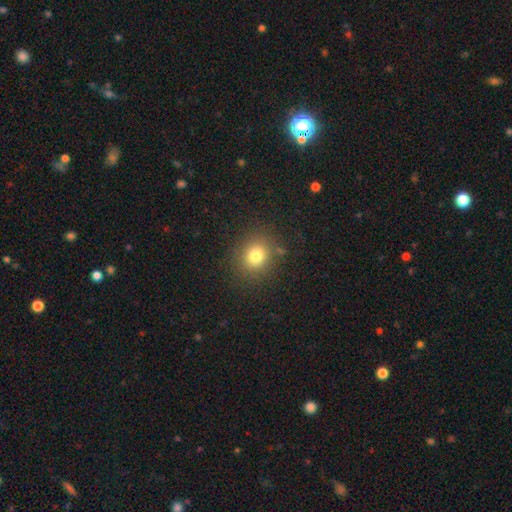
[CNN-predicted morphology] Overall: smooth (78%). How rounded: round (77%). Merging: none (84%).